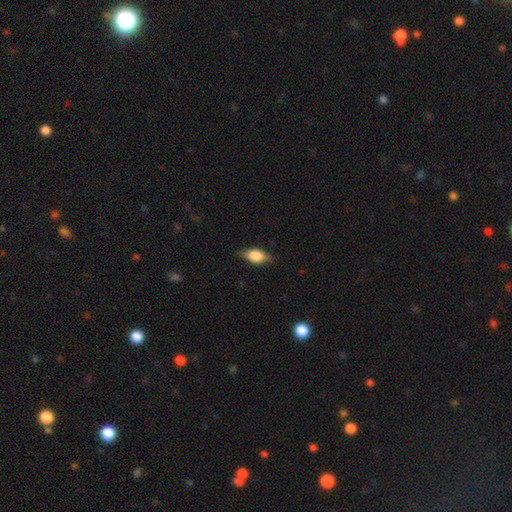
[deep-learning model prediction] smooth 61%, featured or disk 31%, star or artifact 8%. Down the decision tree: how rounded — in between (80%); merging — none (81%).